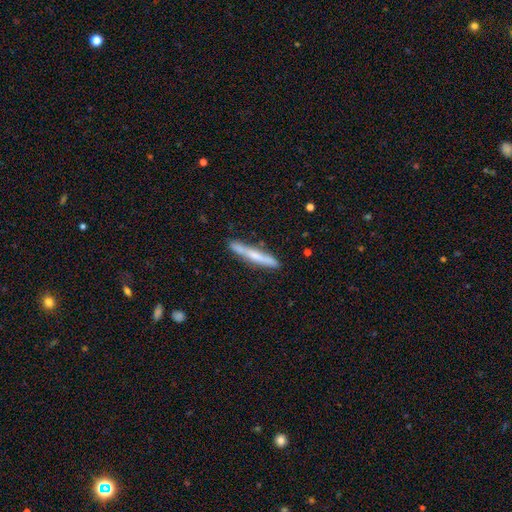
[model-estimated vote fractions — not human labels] This appears to be a smooth galaxy with no disk features (49%). Merging: none (85%).